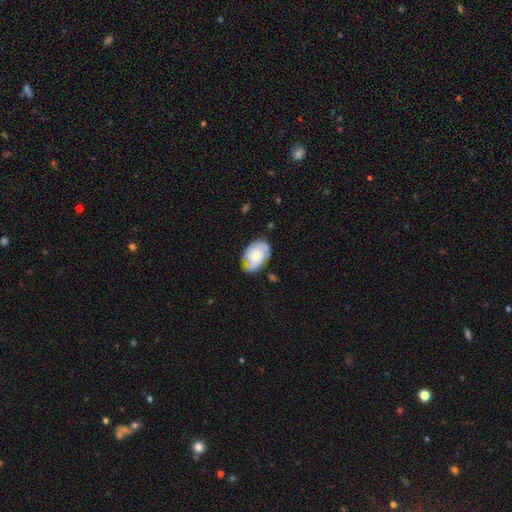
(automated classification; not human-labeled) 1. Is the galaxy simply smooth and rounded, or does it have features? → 49% featured or disk, 45% smooth, 7% star or artifact.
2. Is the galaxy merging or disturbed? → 55% none, 34% minor disturbance, 9% major disturbance, 2% merger.